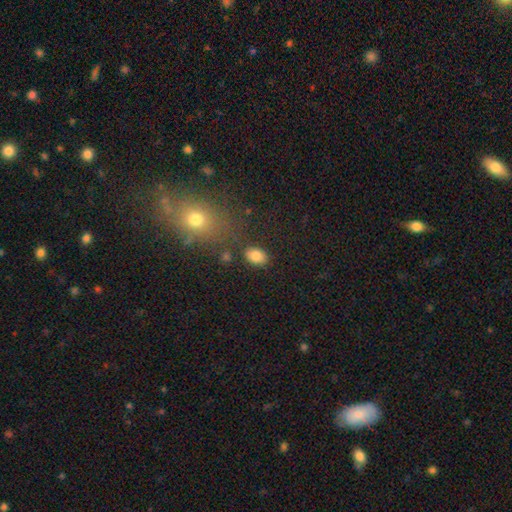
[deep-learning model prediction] The model was most divided on "how rounded": in between: 84%, round: 15%, cigar-shaped: 1%. More confident: smooth or featured — smooth (85%); merging — none (81%).